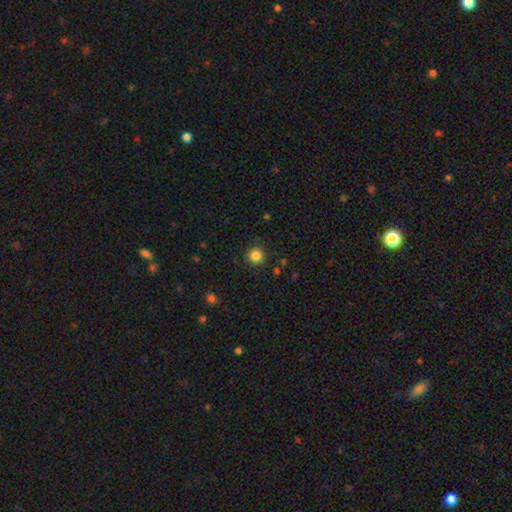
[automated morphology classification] Q: Smooth or featured?
A: smooth (84%); runner-up: star or artifact (12%)
Q: How rounded?
A: round (94%); runner-up: in between (5%)
Q: Merging?
A: none (90%); runner-up: minor disturbance (6%)